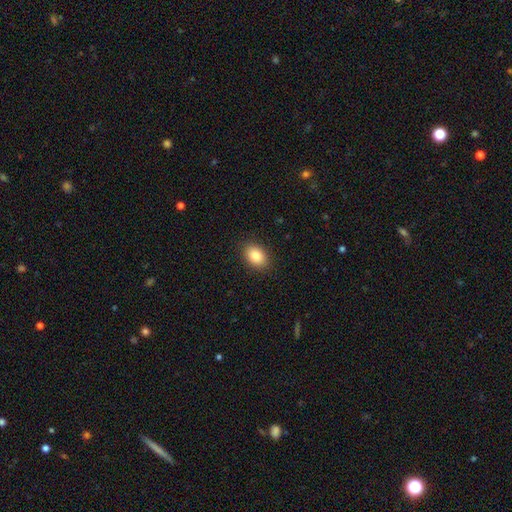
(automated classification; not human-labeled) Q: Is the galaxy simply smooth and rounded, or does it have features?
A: smooth — 85%.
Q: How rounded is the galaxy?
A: in between — 79%.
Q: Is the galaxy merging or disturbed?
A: none — 89%.